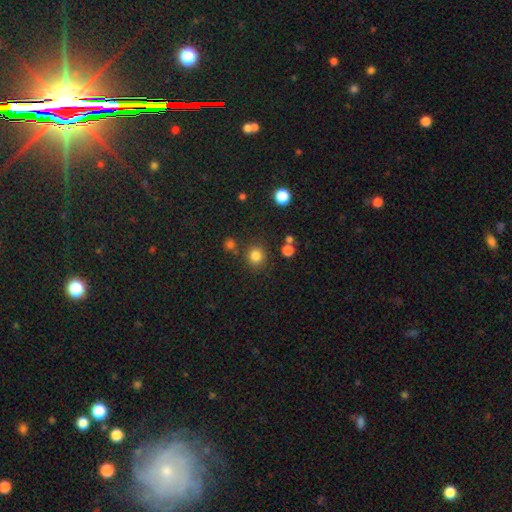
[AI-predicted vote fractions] Morphology: type=smooth (82%); roundness=round (88%); merging=none (82%).